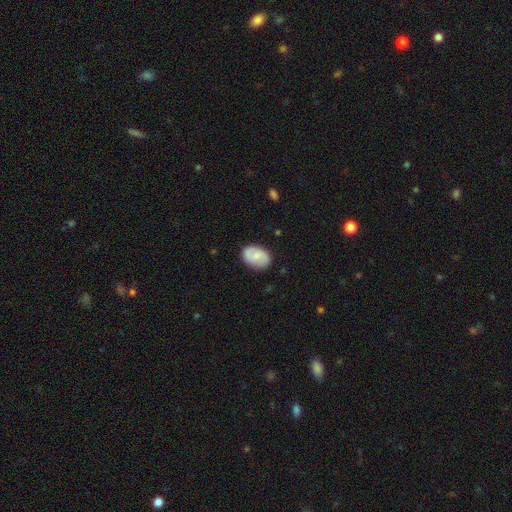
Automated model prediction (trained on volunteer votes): smooth-or-featured: smooth: 50% | featured or disk: 44% | star or artifact: 7%
  merging: none: 83% | minor disturbance: 13% | major disturbance: 3% | merger: 1%